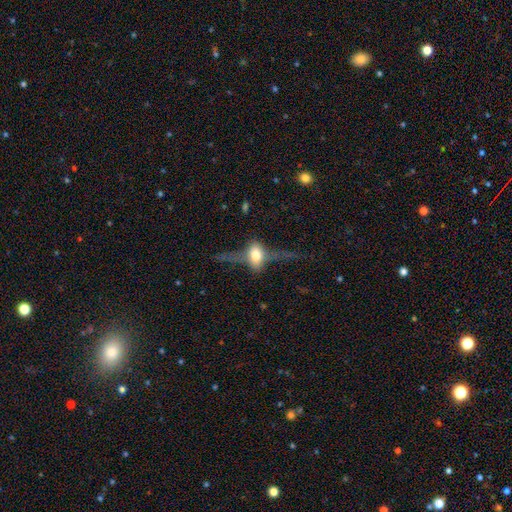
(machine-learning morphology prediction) This is likely a featured or disk galaxy (64%). It is clearly viewed edge-on (81%). Edge-on bulge: clearly rounded (93%). Merging: possibly none (52%).